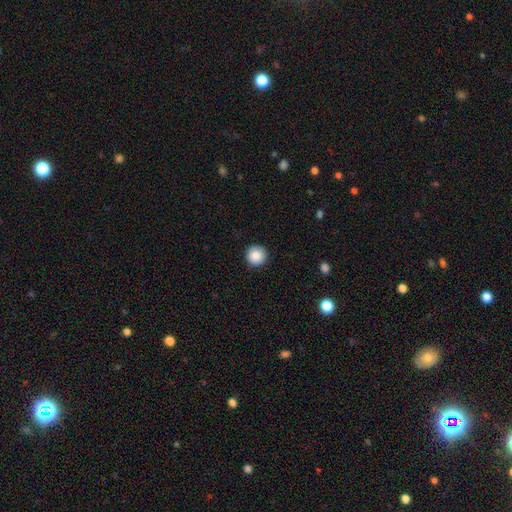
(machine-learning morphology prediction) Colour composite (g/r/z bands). It shows a smooth galaxy with no disk features (87%) that is round (96%). Merging: none (91%).